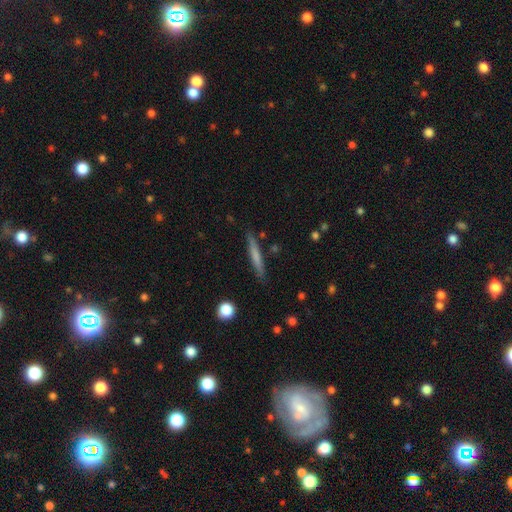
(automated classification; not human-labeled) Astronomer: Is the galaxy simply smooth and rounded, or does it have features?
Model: smooth — 63%.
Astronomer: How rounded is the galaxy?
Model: cigar-shaped — 95%.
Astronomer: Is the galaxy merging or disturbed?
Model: none — 86%.